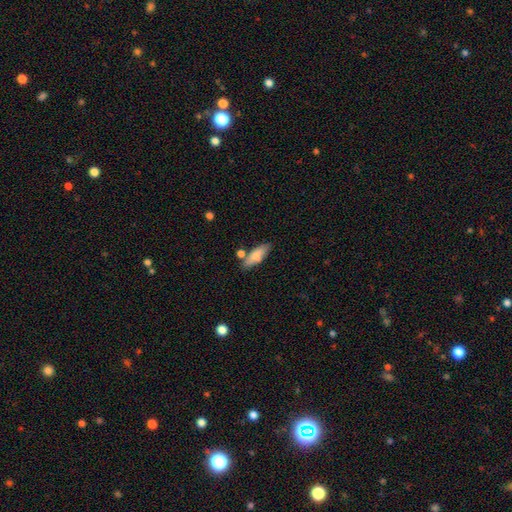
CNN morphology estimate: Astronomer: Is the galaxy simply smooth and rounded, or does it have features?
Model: smooth — 80%.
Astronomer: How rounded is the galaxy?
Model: in between — 59% (runner-up: cigar-shaped, 38%).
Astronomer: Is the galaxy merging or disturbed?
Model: none — 68%.